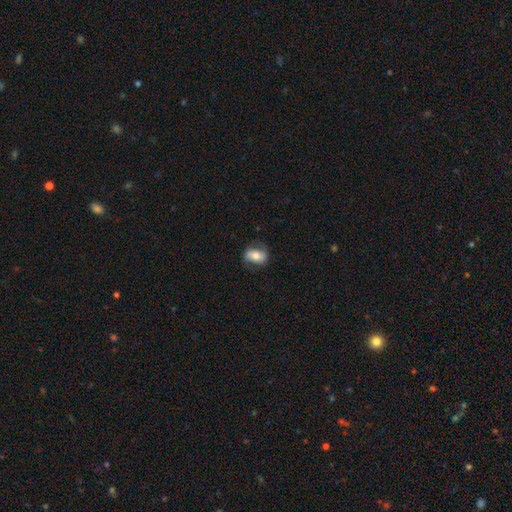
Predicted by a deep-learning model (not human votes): Q: Smooth or featured?
A: smooth (49%); runner-up: featured or disk (43%)
Q: Merging?
A: none (71%); runner-up: minor disturbance (20%)